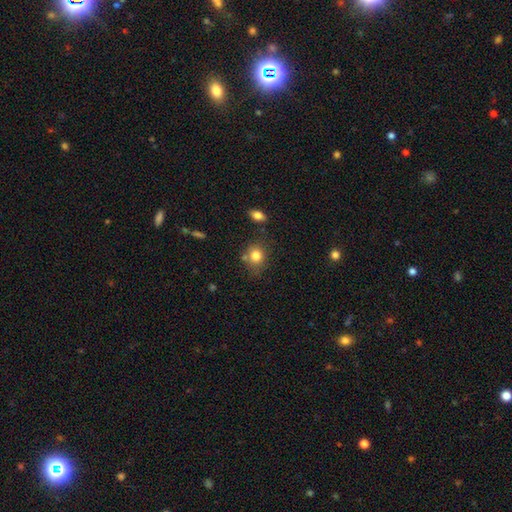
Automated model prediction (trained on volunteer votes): smooth 81%, star or artifact 11%, featured or disk 9%. Down the decision tree: how rounded — round (69%); merging — none (66%).